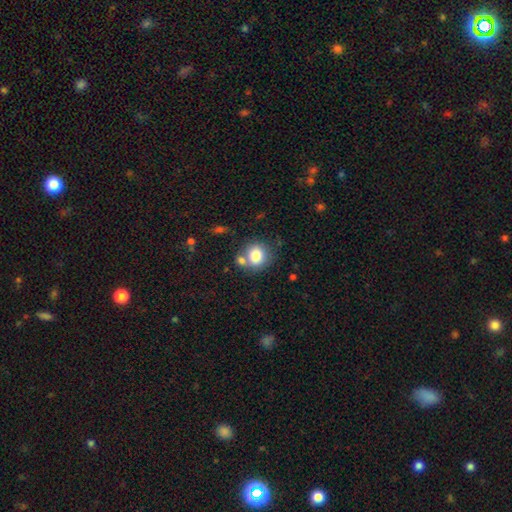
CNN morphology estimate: Smooth or featured? smooth (80%)
How rounded? round (81%)
Merging? none (62%)